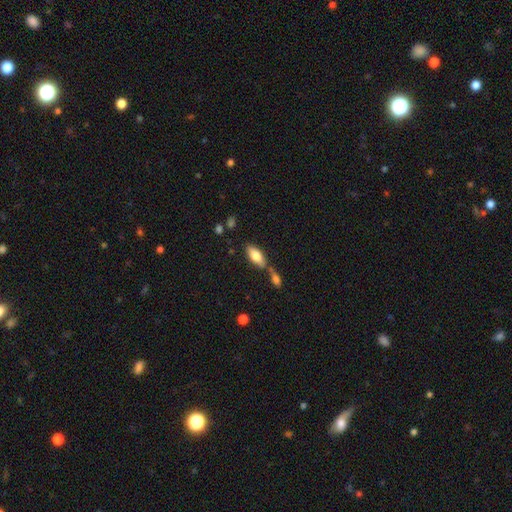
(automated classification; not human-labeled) A smooth galaxy with no disk features (77%) that is in between round and cigar-shaped (83%). Merging: none (59%).